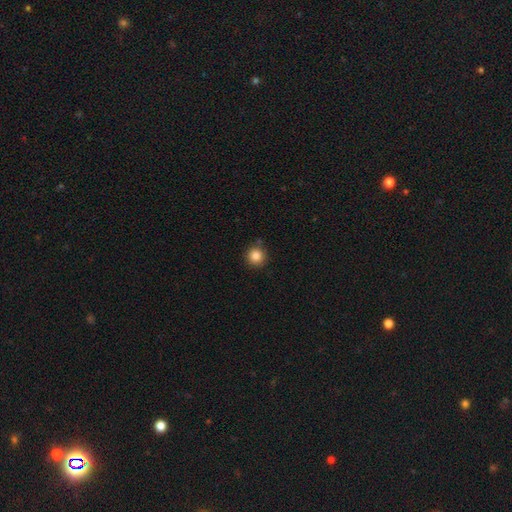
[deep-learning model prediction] smooth-or-featured: smooth: 84% | star or artifact: 11% | featured or disk: 5%
  how-rounded: round: 94% | in between: 5% | cigar-shaped: 1%
  merging: none: 86% | minor disturbance: 9% | merger: 3% | major disturbance: 2%